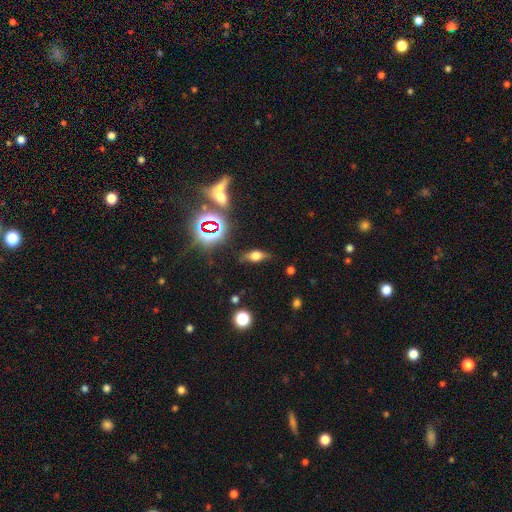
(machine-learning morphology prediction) Smooth or featured: smooth — 53% (featured or disk — 27%)
How rounded: in between — 68% (cigar-shaped — 21%)
Merging: none — 77% (minor disturbance — 15%)